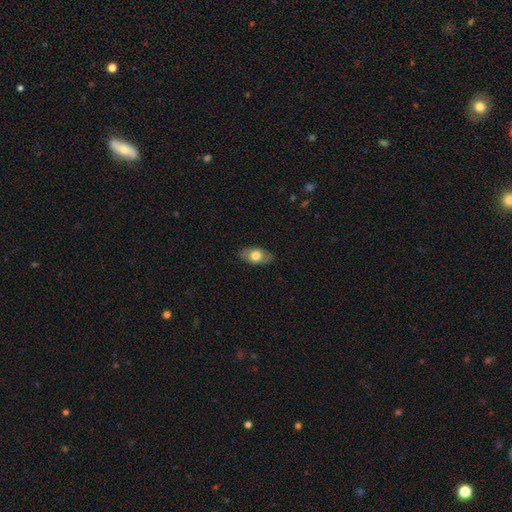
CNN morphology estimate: type=smooth (65%); roundness=in between (90%); merging=none (85%).